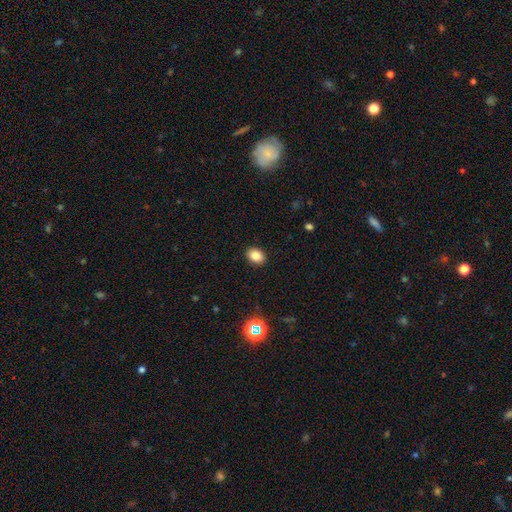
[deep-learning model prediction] smooth-or-featured: smooth: 84% | star or artifact: 11% | featured or disk: 6%
  how-rounded: in between: 66% | round: 33% | cigar-shaped: 1%
  merging: none: 90% | minor disturbance: 7% | major disturbance: 2% | merger: 1%